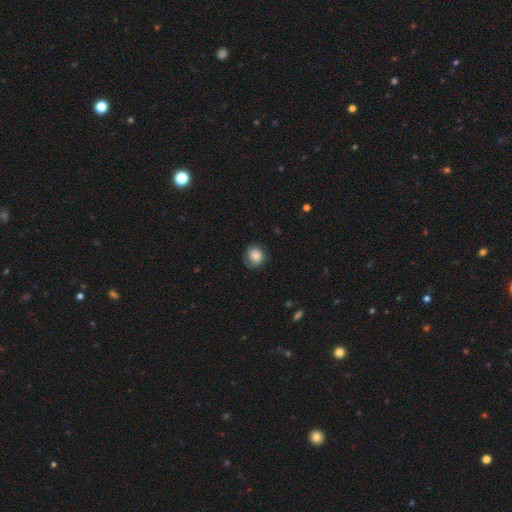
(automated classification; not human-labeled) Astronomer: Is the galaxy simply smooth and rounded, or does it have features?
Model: smooth — 70%.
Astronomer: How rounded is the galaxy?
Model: round — 80%.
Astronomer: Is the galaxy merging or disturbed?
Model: none — 72%.